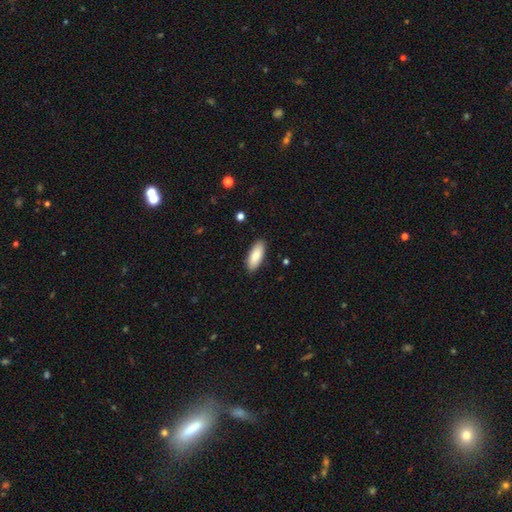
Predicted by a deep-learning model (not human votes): Overall: smooth (84%). How rounded: in between (78%). Merging: none (89%).